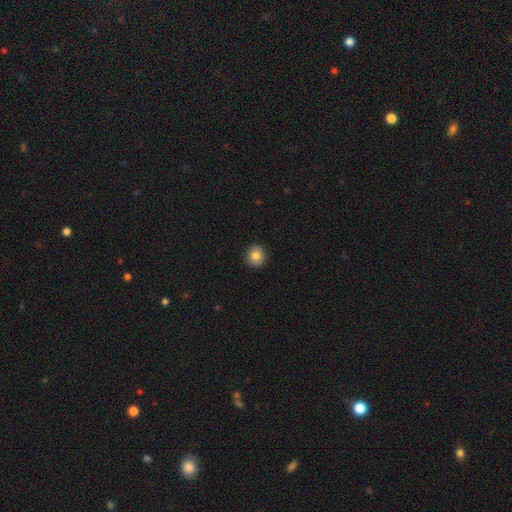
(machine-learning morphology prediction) smooth_or_featured: smooth (p=0.82) [alt: featured or disk p=0.09]
how_rounded: round (p=0.90) [alt: in between p=0.09]
merging: none (p=0.91) [alt: minor disturbance p=0.06]